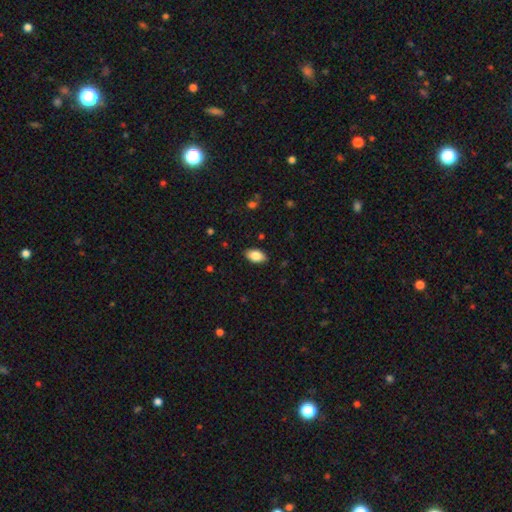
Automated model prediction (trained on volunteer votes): This appears to be a smooth galaxy with no disk features (85%) that is in between round and cigar-shaped (93%). Merging: none (88%).